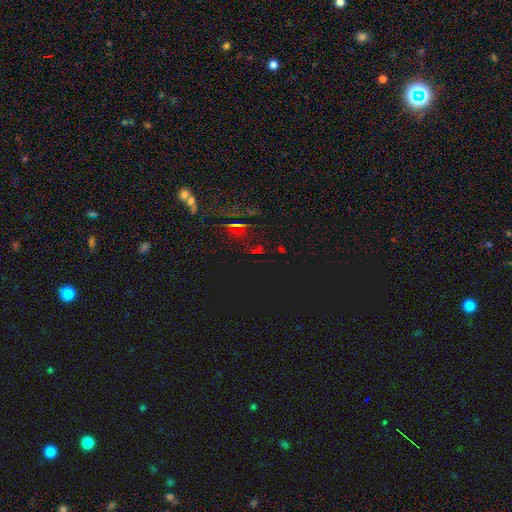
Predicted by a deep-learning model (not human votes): Smooth or featured?
  - star or artifact: 82% *
  - smooth: 11%
  - featured or disk: 7%